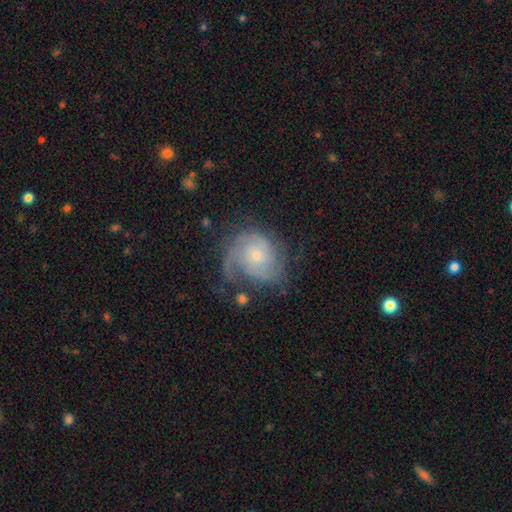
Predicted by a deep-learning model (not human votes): A featured or disk galaxy (79%) with no bar (74%), 2 (37%) tight (47%) spiral arms (94%) and a small central bulge (69%).

Vote fractions:
- Smooth or featured? featured or disk: 79% / smooth: 15% / star or artifact: 6%
- Edge-on disk? no: 98% / yes: 2%
- Bar? no: 74% / weak: 22% / strong: 3%
- Spiral arms? yes: 94% / no: 6%
- Spiral winding? tight: 47% / medium: 37% / loose: 16%
- Spiral arm count? 2: 37% / can't tell: 25% / 3: 18% / 1: 9% / 4: 6% / more than 4: 5%
- Bulge size? small: 69% / moderate: 26% / large: 2% / none: 2% / dominant: 1%
- Merging? none: 54% / minor disturbance: 23% / major disturbance: 20% / merger: 3%